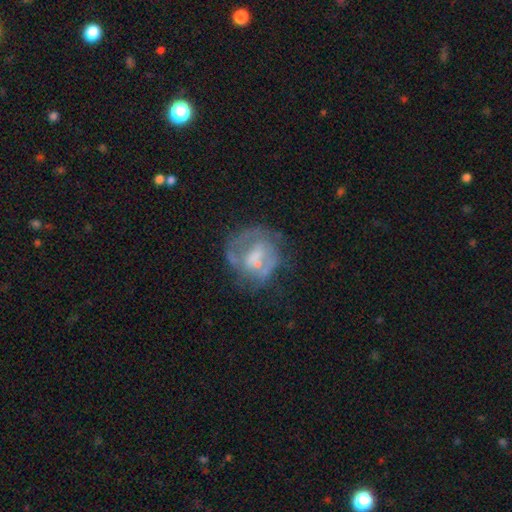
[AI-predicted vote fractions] Smooth or featured?
  - featured or disk: 60% *
  - smooth: 30%
  - star or artifact: 10%
Edge-on disk?
  - no: 97% *
  - yes: 3%
Bar?
  - no: 58% *
  - weak: 33%
  - strong: 9%
Spiral arms?
  - no: 61% *
  - yes: 39%
Bulge size?
  - moderate: 34% *
  - small: 33%
  - none: 26%
  - large: 6%
  - dominant: 1%
Merging?
  - none: 47% *
  - major disturbance: 24%
  - minor disturbance: 22%
  - merger: 7%